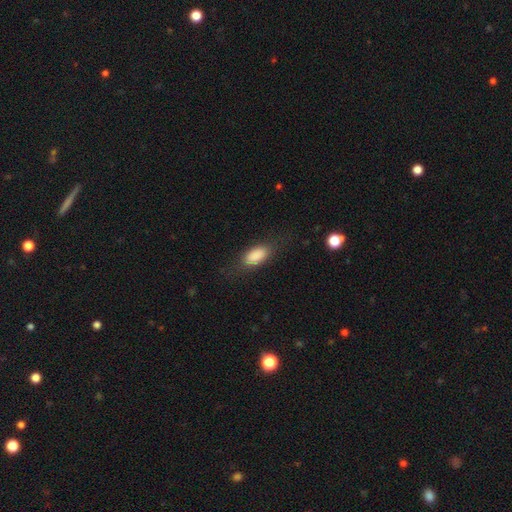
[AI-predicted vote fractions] The model was most divided on "merging": none: 74%, minor disturbance: 17%, major disturbance: 8%, merger: 1%. More confident: how rounded — in between (88%); smooth or featured — smooth (86%).